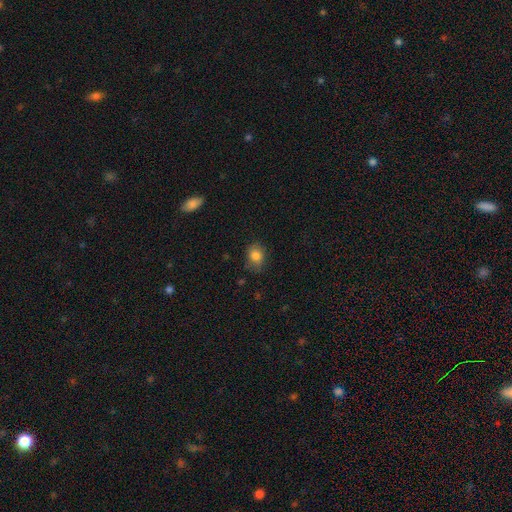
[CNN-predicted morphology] smooth_or_featured: smooth (p=0.82) [alt: star or artifact p=0.10]
how_rounded: in between (p=0.55) [alt: round p=0.44]
merging: none (p=0.72) [alt: minor disturbance p=0.22]